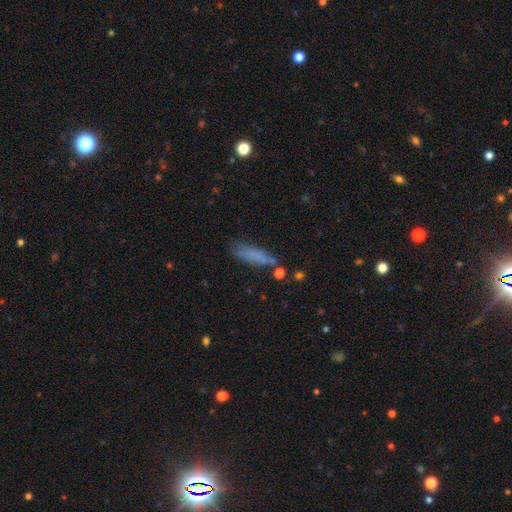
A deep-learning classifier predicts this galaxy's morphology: type=smooth (77%); roundness=cigar-shaped (65%); merging=none (67%).